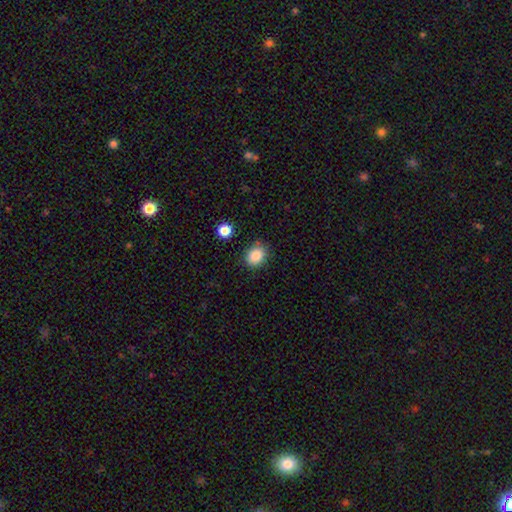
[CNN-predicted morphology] smooth_or_featured: smooth (p=0.86) [alt: star or artifact p=0.09]
how_rounded: in between (p=0.51) [alt: round p=0.48]
merging: none (p=0.82) [alt: minor disturbance p=0.12]